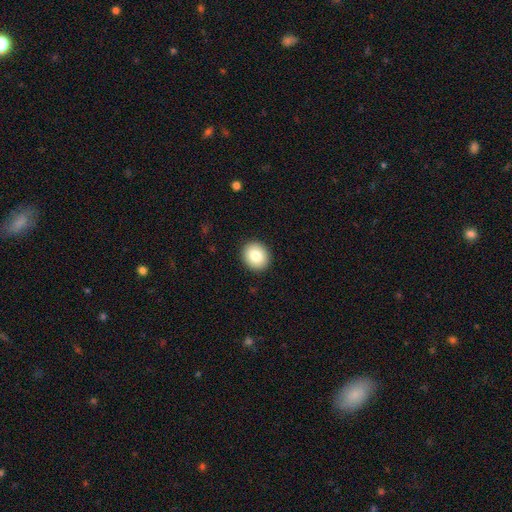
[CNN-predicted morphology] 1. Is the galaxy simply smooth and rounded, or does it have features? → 82% smooth, 10% featured or disk, 8% star or artifact.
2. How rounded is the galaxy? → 76% round, 23% in between, 1% cigar-shaped.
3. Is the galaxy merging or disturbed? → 92% none, 6% minor disturbance, 2% major disturbance, 1% merger.